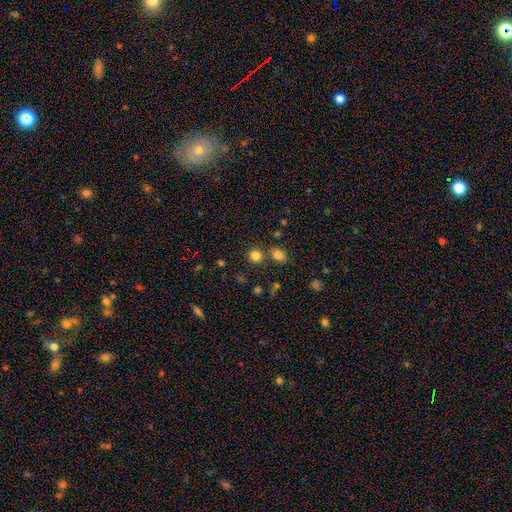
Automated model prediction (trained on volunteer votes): Smooth or featured? smooth (81%)
How rounded? round (80%)
Merging? none (71%)